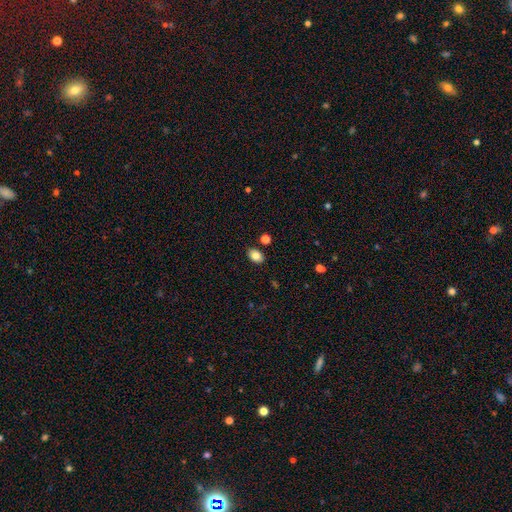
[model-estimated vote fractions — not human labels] Overall: smooth (83%). How rounded: in between (78%). Merging: none (84%).